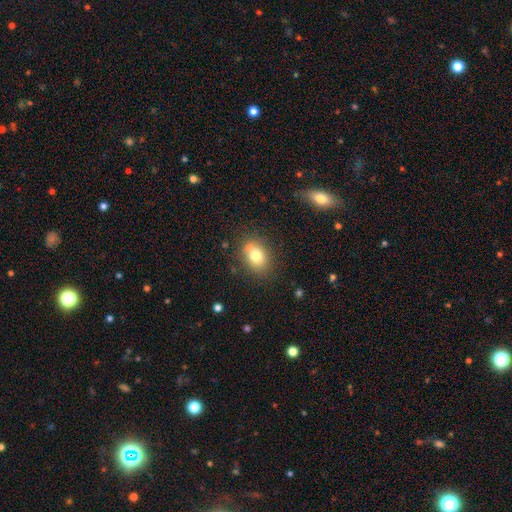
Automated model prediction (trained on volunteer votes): A smooth galaxy with no disk features (77%) that is in between round and cigar-shaped (67%). Merging: none (74%).